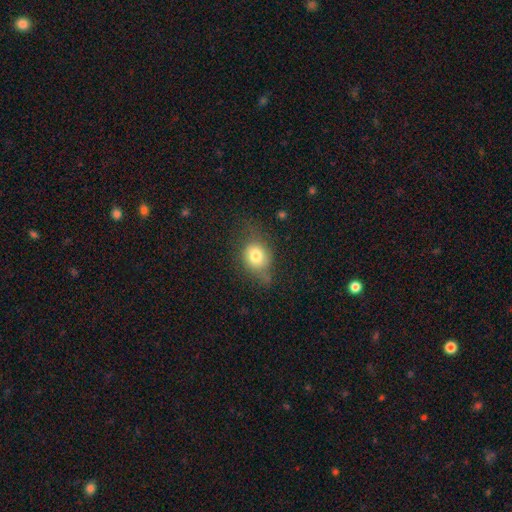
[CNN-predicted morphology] Smooth or featured: smooth — 75% (featured or disk — 14%)
How rounded: round — 59% (in between — 39%)
Merging: none — 52% (minor disturbance — 31%)